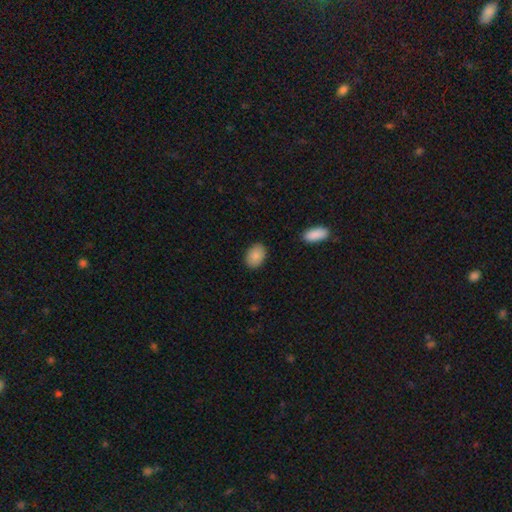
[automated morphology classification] A smooth galaxy with no disk features (88%) that is in between round and cigar-shaped (84%). Merging: none (89%).